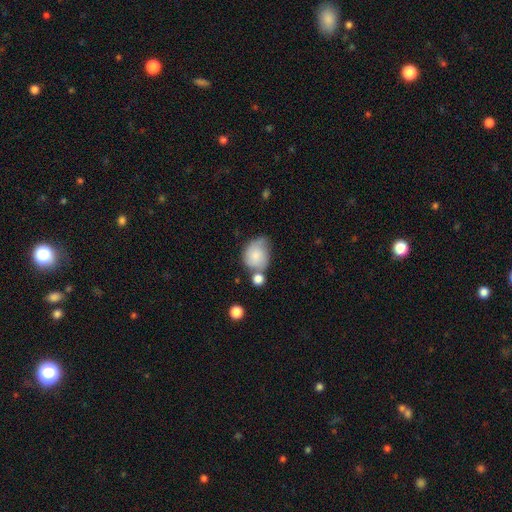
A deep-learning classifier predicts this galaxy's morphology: smooth_or_featured: smooth (p=0.70) [alt: featured or disk p=0.22]
how_rounded: round (p=0.53) [alt: in between p=0.46]
merging: none (p=0.38) [alt: minor disturbance p=0.28]